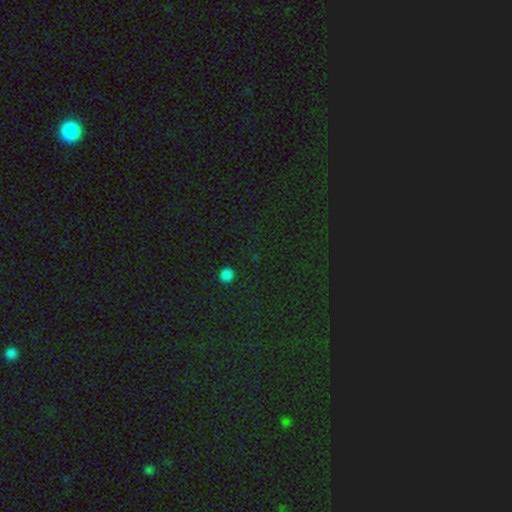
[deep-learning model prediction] Smooth or featured? star or artifact (78%)